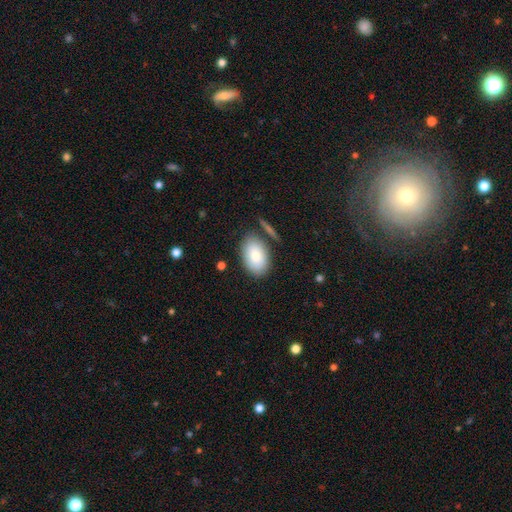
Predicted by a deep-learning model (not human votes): A smooth galaxy with no disk features (79%) that is in between round and cigar-shaped (89%). Merging: none (76%).